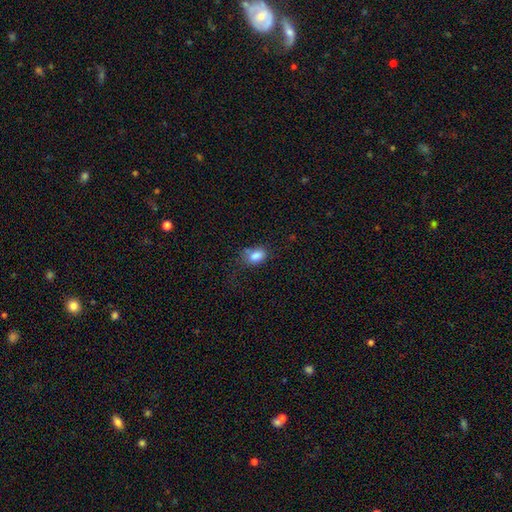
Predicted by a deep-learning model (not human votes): A smooth galaxy with no disk features (84%) that is in between round and cigar-shaped (79%).

Vote fractions:
- Smooth or featured? smooth: 84% / star or artifact: 10% / featured or disk: 7%
- How rounded? in between: 79% / round: 20% / cigar-shaped: 1%
- Merging? none: 54% / minor disturbance: 28% / major disturbance: 10% / merger: 8%